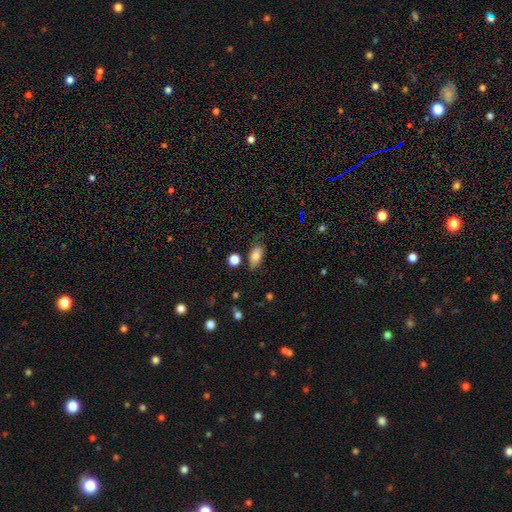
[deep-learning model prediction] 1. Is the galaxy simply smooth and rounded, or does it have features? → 85% smooth, 9% star or artifact, 7% featured or disk.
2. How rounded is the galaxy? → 88% in between, 6% cigar-shaped, 5% round.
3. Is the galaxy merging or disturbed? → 76% none, 16% minor disturbance, 4% major disturbance, 3% merger.